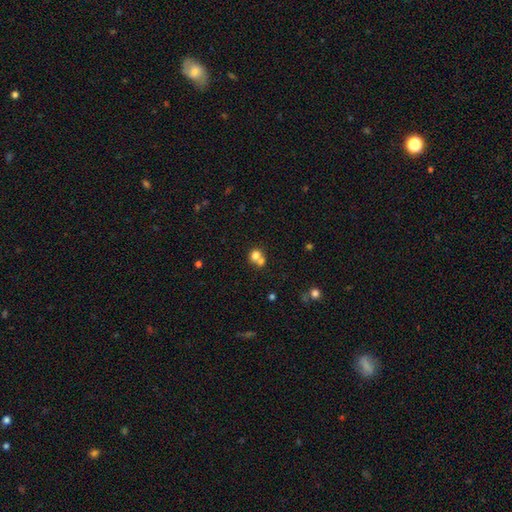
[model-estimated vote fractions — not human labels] Smooth or featured: smooth — 75% (featured or disk — 13%)
How rounded: round — 78% (in between — 21%)
Merging: merger — 53% (none — 37%)